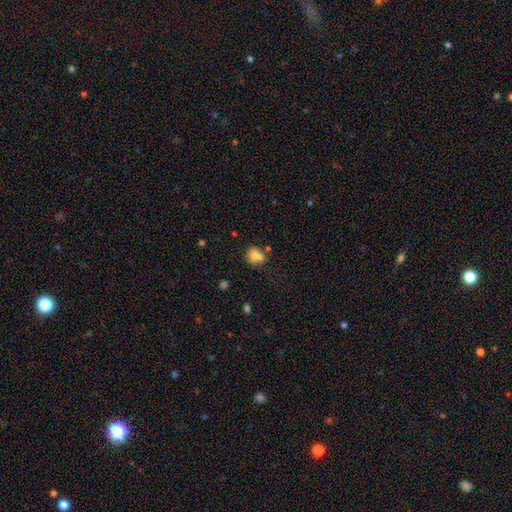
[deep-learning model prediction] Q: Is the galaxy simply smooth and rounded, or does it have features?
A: smooth — 74%.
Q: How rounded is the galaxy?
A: round — 71%.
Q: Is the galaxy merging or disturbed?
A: none — 45%.